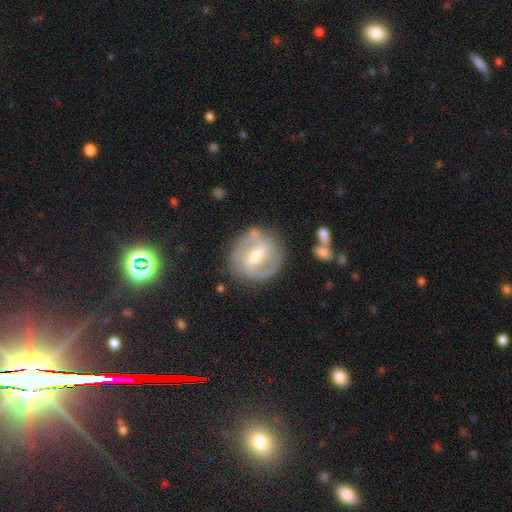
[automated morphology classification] A featured or disk galaxy (78%) with a weak bar (44%), 2 (82%) medium (46%) spiral arms (82%) and a moderate central bulge (66%).

Vote fractions:
- Smooth or featured? featured or disk: 78% / smooth: 16% / star or artifact: 6%
- Edge-on disk? no: 96% / yes: 4%
- Bar? weak: 44% / strong: 41% / no: 15%
- Spiral arms? yes: 82% / no: 18%
- Spiral winding? medium: 46% / tight: 31% / loose: 23%
- Spiral arm count? 2: 82% / can't tell: 10% / 1: 3% / 3: 3% / 4: 1% / more than 4: 1%
- Bulge size? moderate: 66% / small: 29% / large: 3% / none: 1% / dominant: 1%
- Merging? none: 80% / minor disturbance: 13% / major disturbance: 5% / merger: 2%